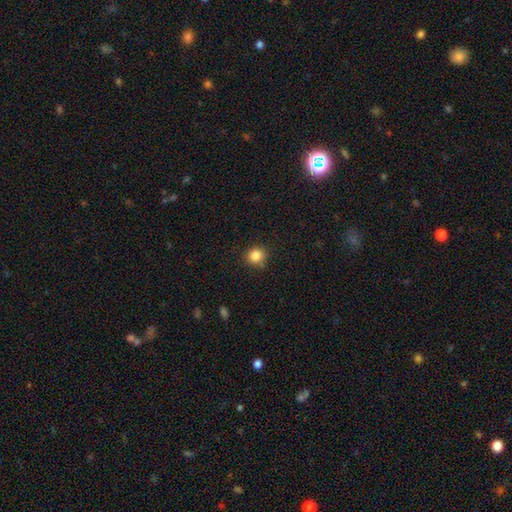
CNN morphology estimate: smooth_or_featured: smooth (p=0.85) [alt: star or artifact p=0.11]
how_rounded: round (p=0.90) [alt: in between p=0.09]
merging: none (p=0.88) [alt: minor disturbance p=0.08]